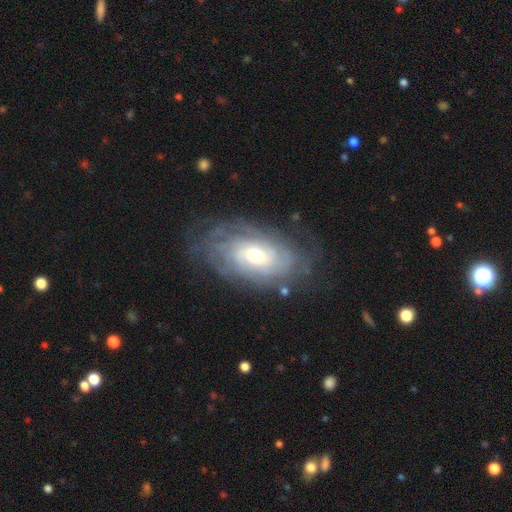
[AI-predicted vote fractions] smooth_or_featured: featured or disk (p=0.79) [alt: smooth p=0.14]
disk_edge_on: no (p=0.94) [alt: yes p=0.06]
bar: no (p=0.64) [alt: weak p=0.30]
has_spiral_arms: yes (p=0.91) [alt: no p=0.09]
spiral_winding: tight (p=0.71) [alt: medium p=0.23]
spiral_arm_count: can't tell (p=0.52) [alt: 4 p=0.12]
bulge_size: moderate (p=0.60) [alt: small p=0.21]
merging: none (p=0.72) [alt: minor disturbance p=0.19]